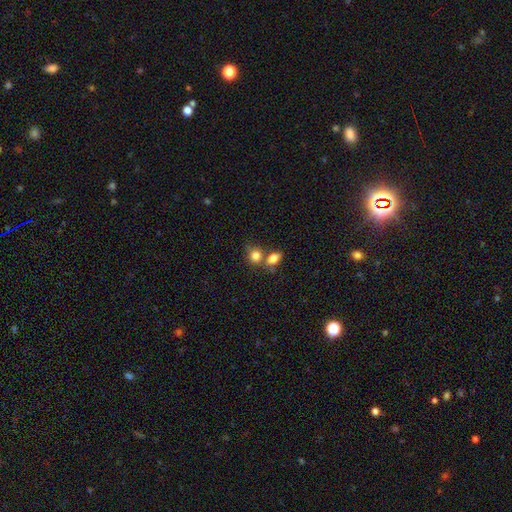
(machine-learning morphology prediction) The model was most divided on "merging": merger: 46%, none: 38%, minor disturbance: 11%, major disturbance: 5%. More confident: smooth or featured — smooth (81%); how rounded — round (56%).